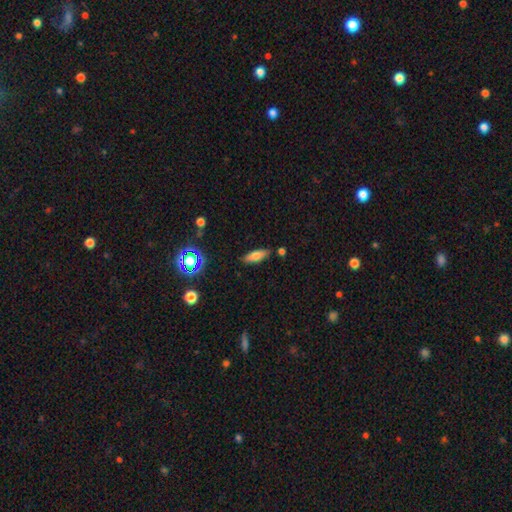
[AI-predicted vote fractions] A smooth galaxy with no disk features (73%) that is in between round and cigar-shaped (61%). Merging: none (80%).